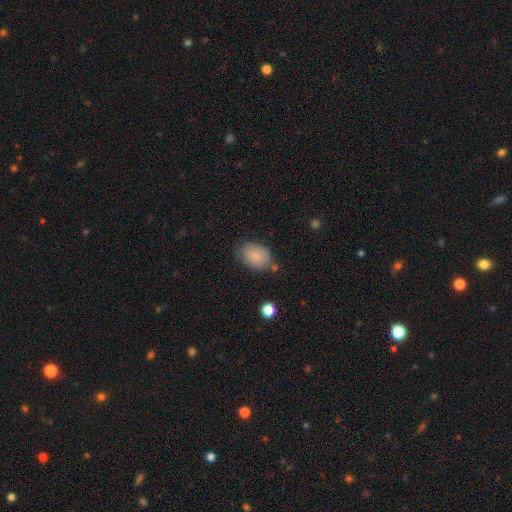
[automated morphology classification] A smooth galaxy with no disk features (81%) that is in between round and cigar-shaped (80%). Merging: none (66%).